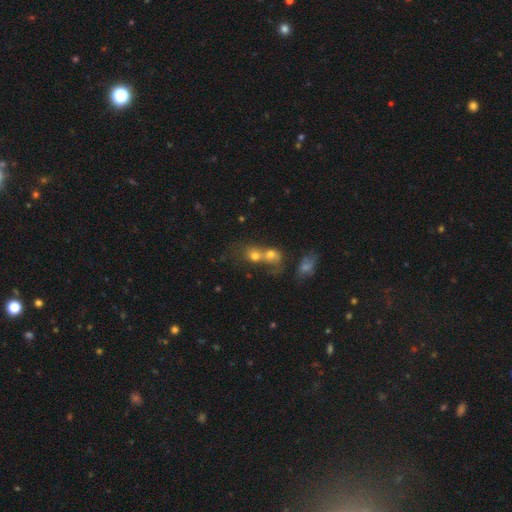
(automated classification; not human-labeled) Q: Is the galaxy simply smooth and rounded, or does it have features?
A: smooth — 60%.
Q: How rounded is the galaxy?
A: round — 62%.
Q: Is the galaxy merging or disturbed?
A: merger — 69%.